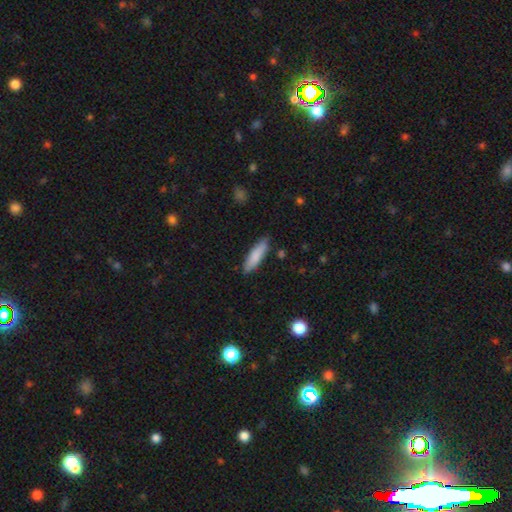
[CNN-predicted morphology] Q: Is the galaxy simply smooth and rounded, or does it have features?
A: smooth — 83%.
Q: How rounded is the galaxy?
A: cigar-shaped — 65%.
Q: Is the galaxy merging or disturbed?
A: none — 84%.